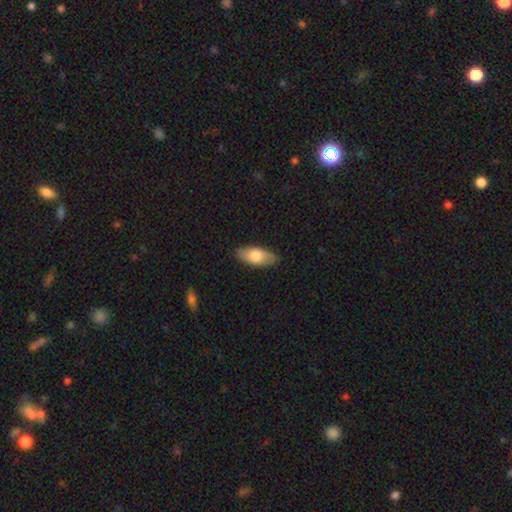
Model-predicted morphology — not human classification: Smooth or featured: smooth — 76% (featured or disk — 19%)
How rounded: in between — 86% (cigar-shaped — 12%)
Merging: none — 85% (minor disturbance — 11%)